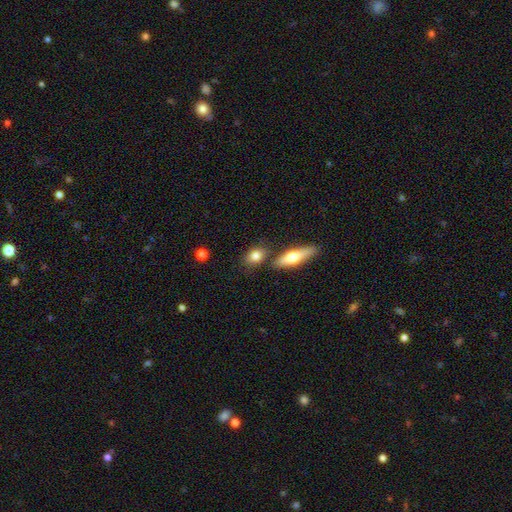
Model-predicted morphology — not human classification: Q: Smooth or featured?
A: smooth (79%); runner-up: featured or disk (14%)
Q: How rounded?
A: in between (67%); runner-up: round (25%)
Q: Merging?
A: none (71%); runner-up: merger (14%)